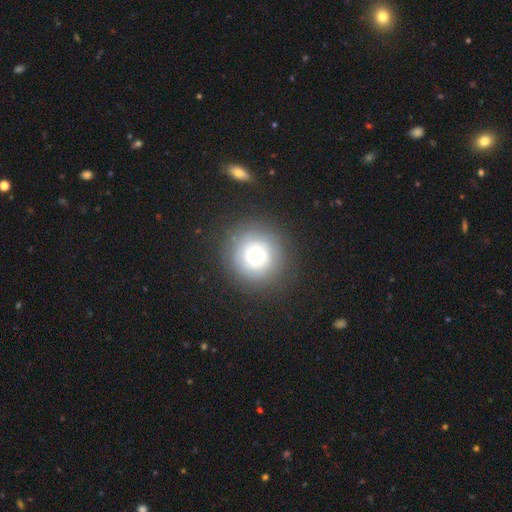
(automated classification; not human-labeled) This appears to be a smooth galaxy with no disk features (56%) that is round (94%). Merging: none (83%).